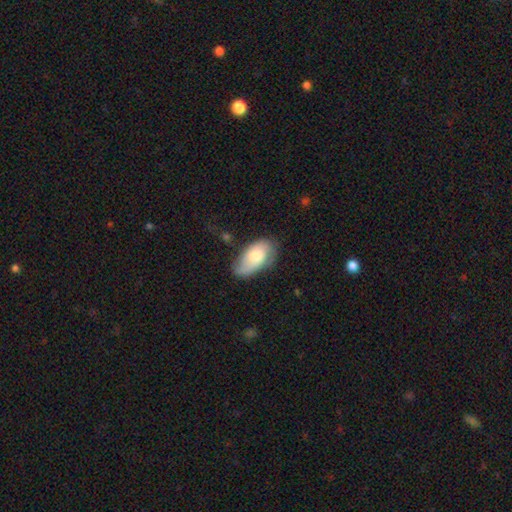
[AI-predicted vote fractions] Morphology: type=smooth (65%); roundness=in between (94%); merging=none (53%).